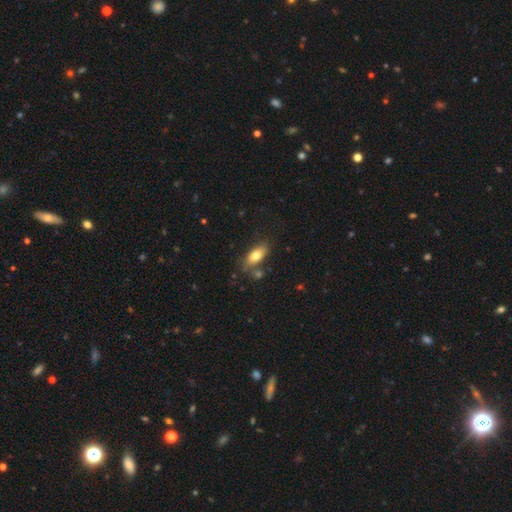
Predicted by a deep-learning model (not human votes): Q: Smooth or featured?
A: smooth (76%); runner-up: featured or disk (17%)
Q: How rounded?
A: in between (83%); runner-up: cigar-shaped (14%)
Q: Merging?
A: none (68%); runner-up: minor disturbance (17%)